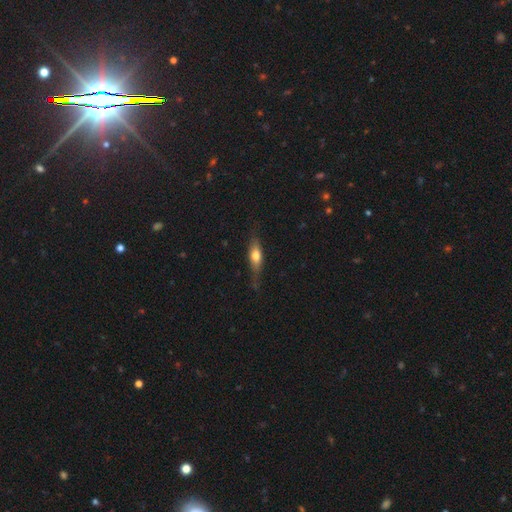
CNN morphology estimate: Overall: smooth (59%; featured or disk 34%). How rounded: in between (49%; cigar-shaped 47%). Merging: none (70%).